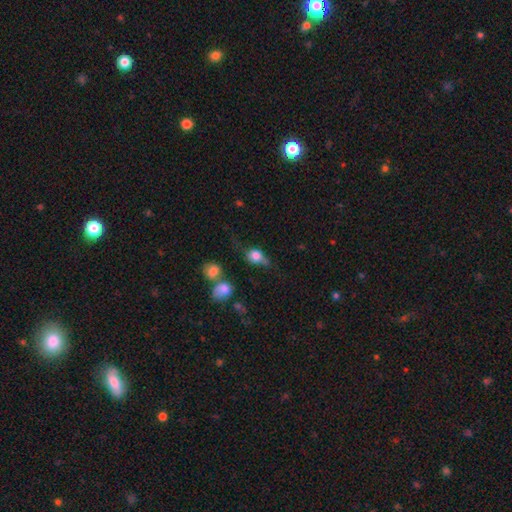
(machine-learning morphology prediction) smooth_or_featured: smooth (p=0.69) [alt: featured or disk p=0.21]
how_rounded: round (p=0.59) [alt: in between p=0.37]
merging: none (p=0.43) [alt: minor disturbance p=0.28]